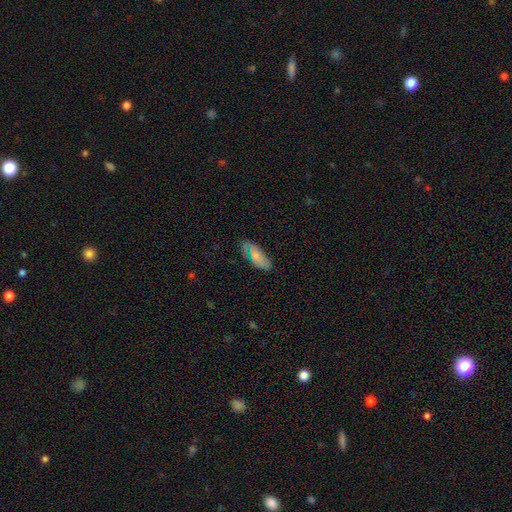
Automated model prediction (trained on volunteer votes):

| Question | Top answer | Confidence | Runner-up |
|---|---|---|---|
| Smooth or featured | smooth | 68% | featured or disk (23%) |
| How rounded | in between | 78% | cigar-shaped (20%) |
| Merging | none | 70% | minor disturbance (22%) |